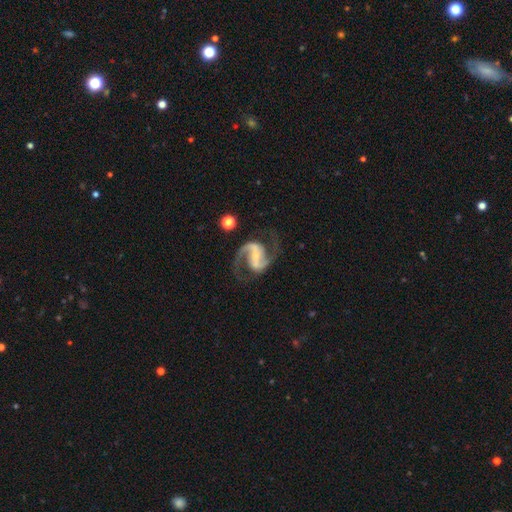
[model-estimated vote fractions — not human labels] Q: Smooth or featured?
A: featured or disk (92%); runner-up: star or artifact (4%)
Q: Edge-on disk?
A: no (98%); runner-up: yes (2%)
Q: Bar?
A: strong (48%); runner-up: weak (34%)
Q: Spiral arms?
A: yes (98%); runner-up: no (2%)
Q: Spiral winding?
A: medium (61%); runner-up: loose (27%)
Q: Spiral arm count?
A: 2 (94%); runner-up: 1 (2%)
Q: Bulge size?
A: small (62%); runner-up: moderate (30%)
Q: Merging?
A: none (77%); runner-up: minor disturbance (12%)